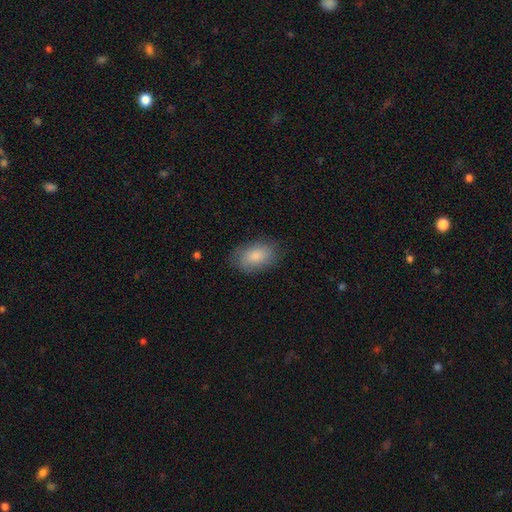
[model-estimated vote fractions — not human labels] smooth 80%, featured or disk 13%, star or artifact 7%. Down the decision tree: how rounded — in between (90%); merging — none (79%).